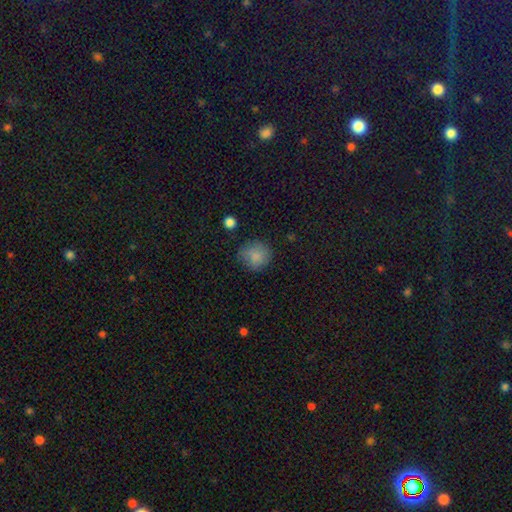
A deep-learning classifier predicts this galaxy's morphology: Smooth or featured? Predicted: smooth (p=0.83). How rounded? Predicted: round (p=0.86). Merging? Predicted: none (p=0.71).